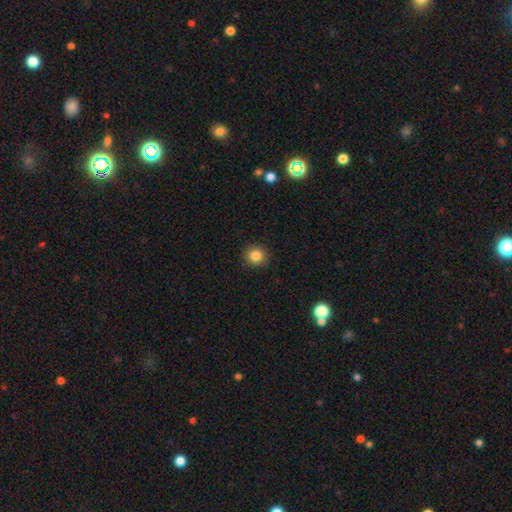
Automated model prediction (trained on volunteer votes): Morphology: type=smooth (84%); roundness=round (91%); merging=none (91%).